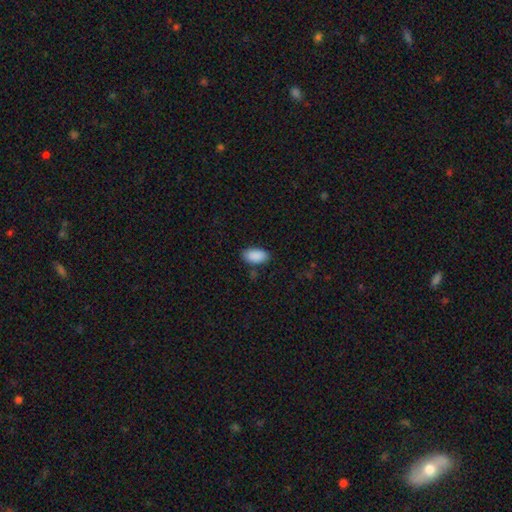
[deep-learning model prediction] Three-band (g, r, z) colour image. It shows a smooth galaxy with no disk features (90%) that is in between round and cigar-shaped (95%). Merging: none (83%).